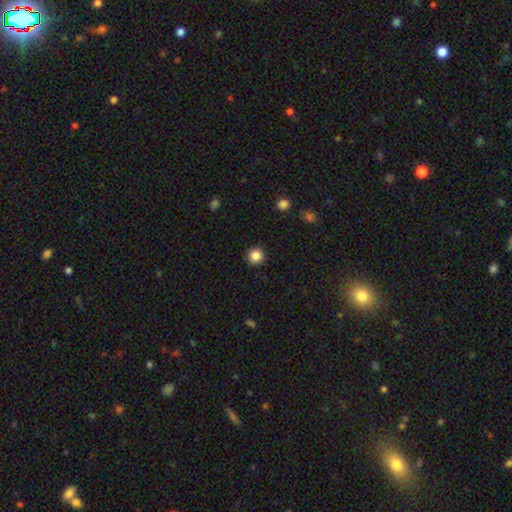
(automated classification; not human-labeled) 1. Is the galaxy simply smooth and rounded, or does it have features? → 86% smooth, 11% star or artifact, 3% featured or disk.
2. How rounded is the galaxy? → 95% round, 4% in between, 1% cigar-shaped.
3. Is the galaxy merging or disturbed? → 92% none, 5% minor disturbance, 2% major disturbance, 1% merger.